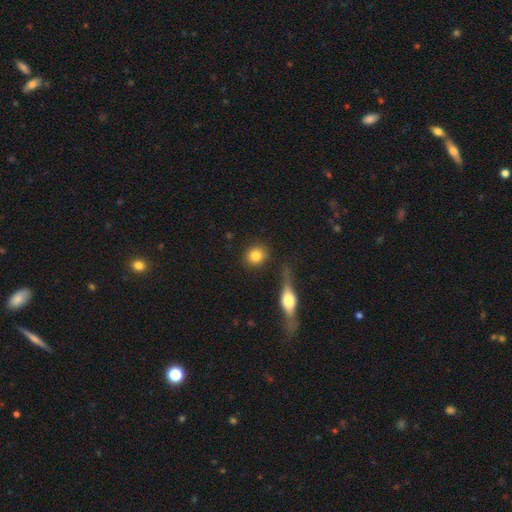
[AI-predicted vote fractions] This appears to be a smooth galaxy with no disk features (82%) that is round (83%). Merging: none (83%).